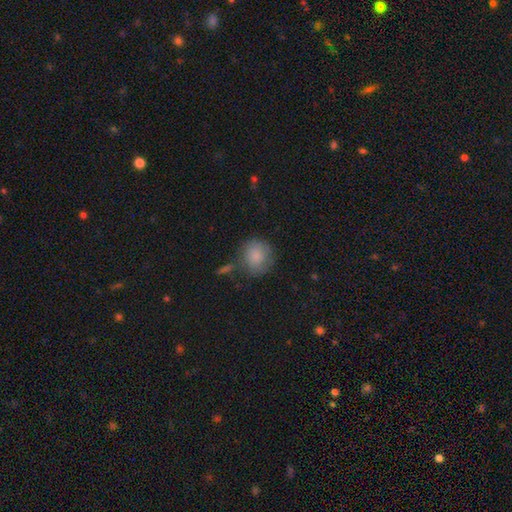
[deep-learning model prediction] Q: Smooth or featured?
A: smooth (83%); runner-up: featured or disk (9%)
Q: How rounded?
A: round (88%); runner-up: in between (11%)
Q: Merging?
A: none (66%); runner-up: minor disturbance (19%)